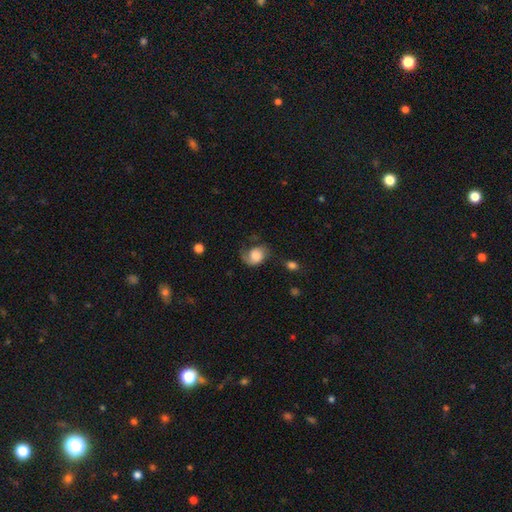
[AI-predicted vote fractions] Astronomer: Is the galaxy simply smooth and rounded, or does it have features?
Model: smooth — 52% (runner-up: featured or disk, 40%).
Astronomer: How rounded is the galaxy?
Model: in between — 51% (runner-up: round, 48%).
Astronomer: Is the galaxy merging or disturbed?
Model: none — 40% (runner-up: major disturbance, 29%).